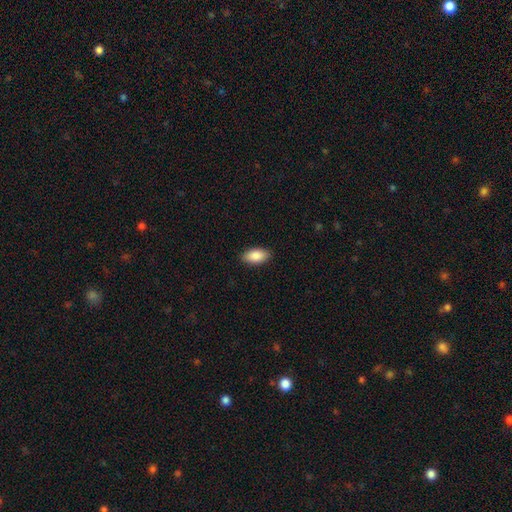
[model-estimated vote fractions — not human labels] smooth_or_featured: smooth (p=0.88) [alt: star or artifact p=0.06]
how_rounded: in between (p=0.94) [alt: cigar-shaped p=0.04]
merging: none (p=0.89) [alt: minor disturbance p=0.08]